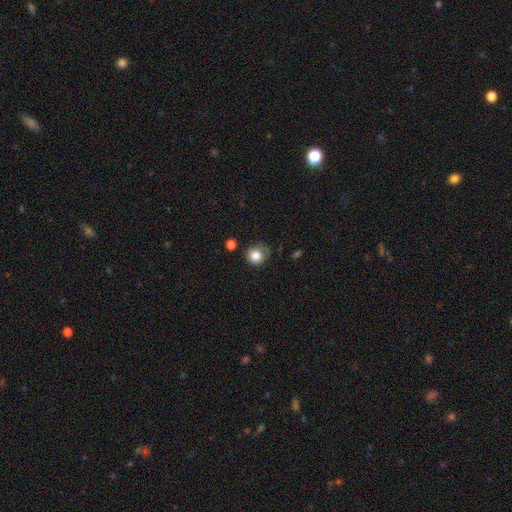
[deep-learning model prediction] This is likely a smooth galaxy (80%). How rounded: clearly round (84%). Merging: likely none (61%).